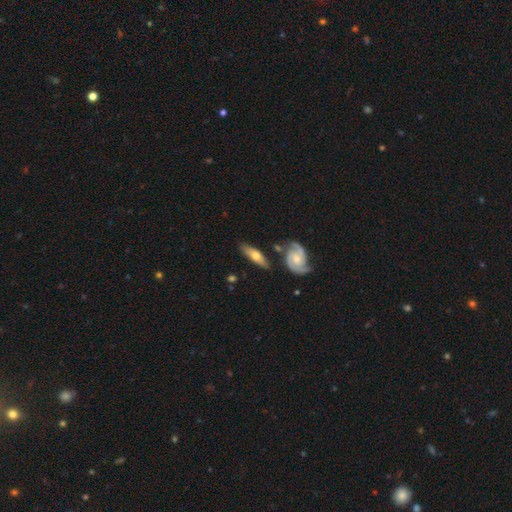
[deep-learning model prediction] Morphology: type=featured or disk (50%); edge-on=yes (50%, tied with no); merging=none (69%).